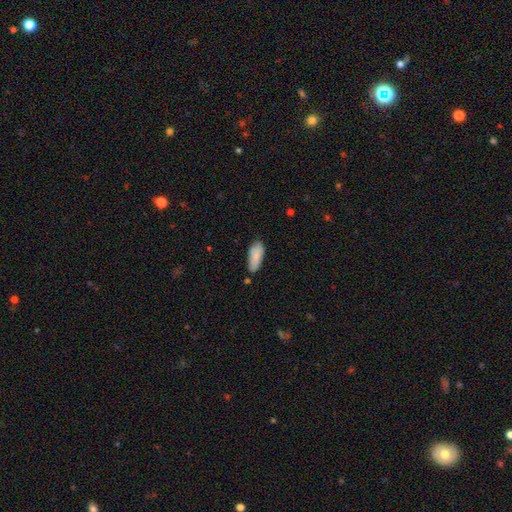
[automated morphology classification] type=smooth (84%); roundness=in between (77%); merging=none (73%).